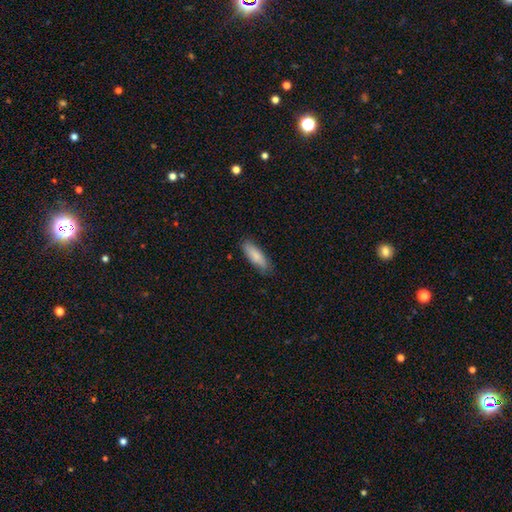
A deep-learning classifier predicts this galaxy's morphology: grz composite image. It shows a smooth galaxy with no disk features (84%) that is in between round and cigar-shaped (52%). Merging: none (81%).